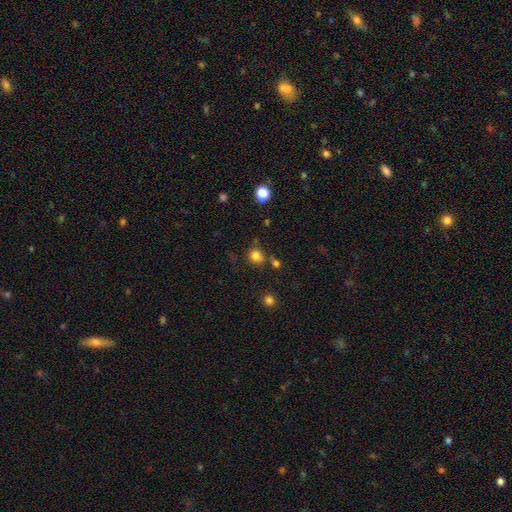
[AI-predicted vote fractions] The model was most divided on "how rounded": round: 75%, in between: 24%, cigar-shaped: 1%. More confident: smooth or featured — smooth (80%); merging — none (67%).